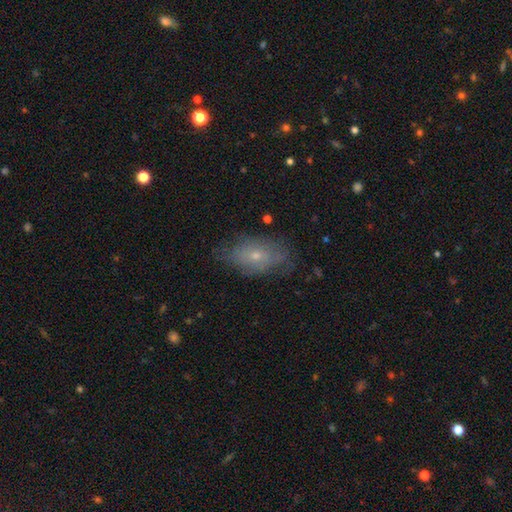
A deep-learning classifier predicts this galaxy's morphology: smooth-or-featured: smooth: 51% | featured or disk: 40% | star or artifact: 10%
  how-rounded: in between: 87% | round: 9% | cigar-shaped: 4%
  merging: none: 66% | minor disturbance: 24% | major disturbance: 9% | merger: 1%